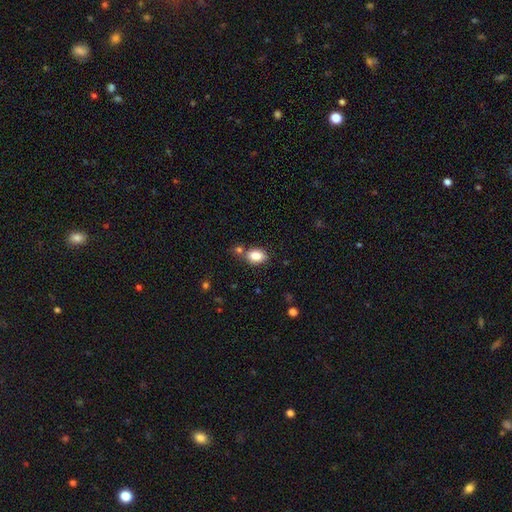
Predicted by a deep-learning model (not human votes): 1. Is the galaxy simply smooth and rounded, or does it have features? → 86% smooth, 9% star or artifact, 6% featured or disk.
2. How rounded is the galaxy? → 80% in between, 19% round, 1% cigar-shaped.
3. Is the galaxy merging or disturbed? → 69% none, 14% merger, 14% minor disturbance, 4% major disturbance.